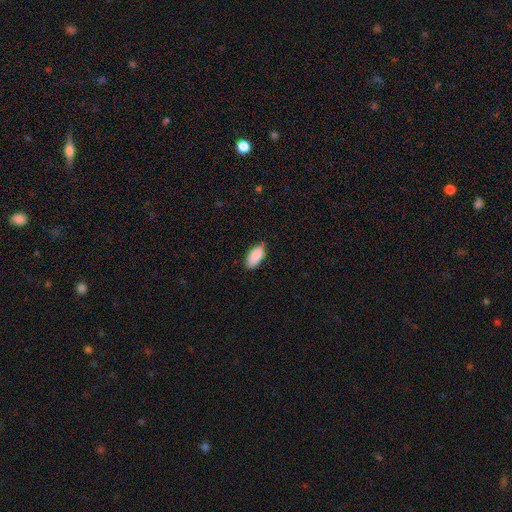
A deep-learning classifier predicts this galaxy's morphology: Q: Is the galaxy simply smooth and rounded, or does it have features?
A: smooth — 90%.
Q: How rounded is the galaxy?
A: in between — 94%.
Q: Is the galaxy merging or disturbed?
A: none — 78%.